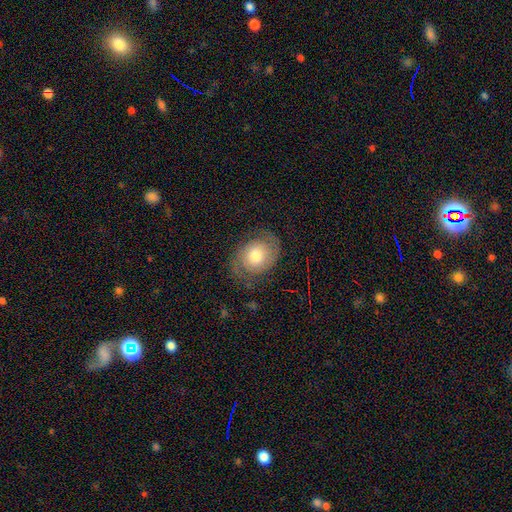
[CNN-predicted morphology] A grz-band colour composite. It shows a featured or disk galaxy (61%) with no bar (79%), 2 (85%) medium (40%) spiral arms (87%) and a moderate central bulge (66%). Merging: none (71%).